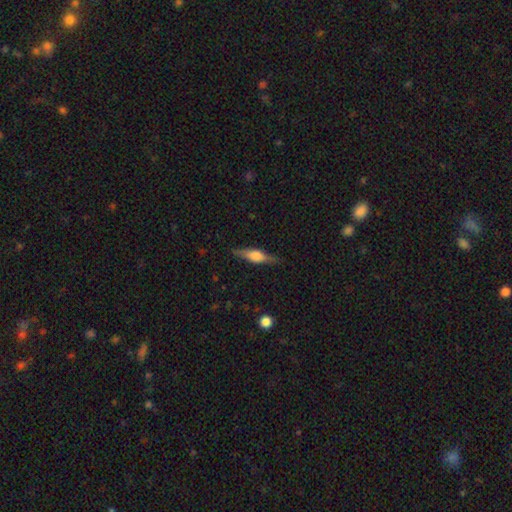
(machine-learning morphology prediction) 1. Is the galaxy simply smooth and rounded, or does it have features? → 62% featured or disk, 32% smooth, 7% star or artifact.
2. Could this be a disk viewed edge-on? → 96% yes, 4% no.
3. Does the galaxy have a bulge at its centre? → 80% rounded, 18% boxy, 3% none.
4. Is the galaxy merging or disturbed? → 86% none, 10% minor disturbance, 2% major disturbance, 1% merger.